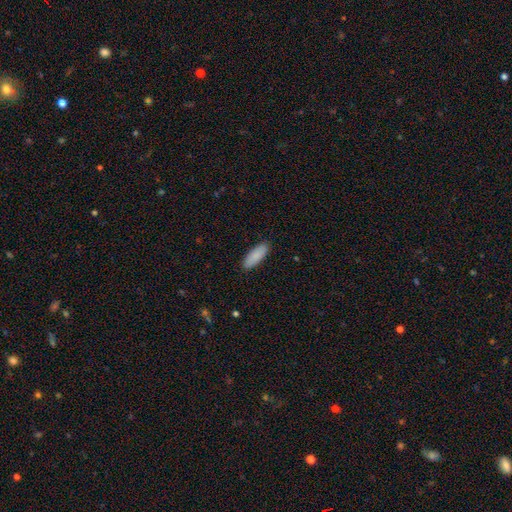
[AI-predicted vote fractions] This is clearly a smooth galaxy (89%). How rounded: likely in between (62%). Merging: clearly none (90%).